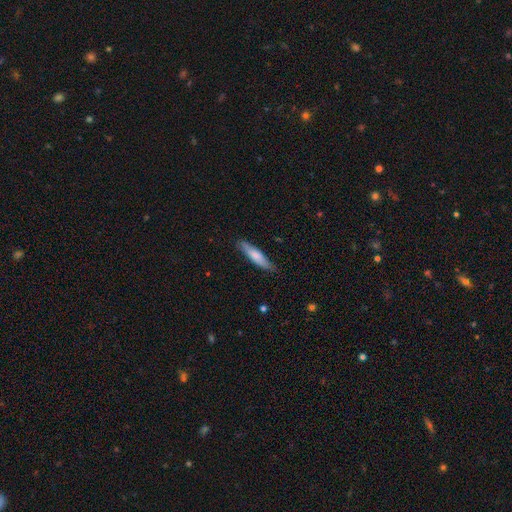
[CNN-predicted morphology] The model was most divided on "smooth or featured": smooth: 71%, featured or disk: 24%, star or artifact: 5%. More confident: merging — none (83%); how rounded — cigar-shaped (80%).